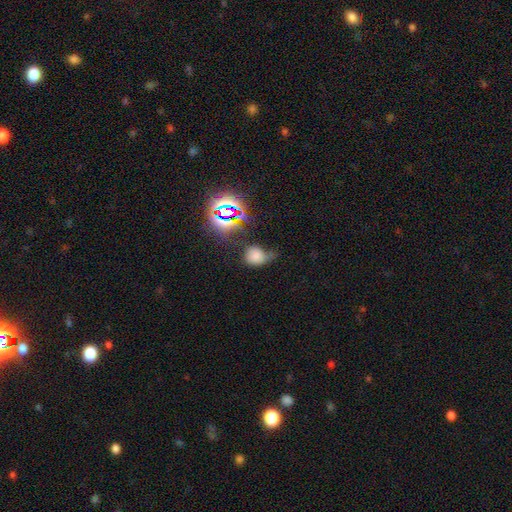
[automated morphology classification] Smooth or featured? smooth (64%)
How rounded? round (62%)
Merging? minor disturbance (36%, tied with none)